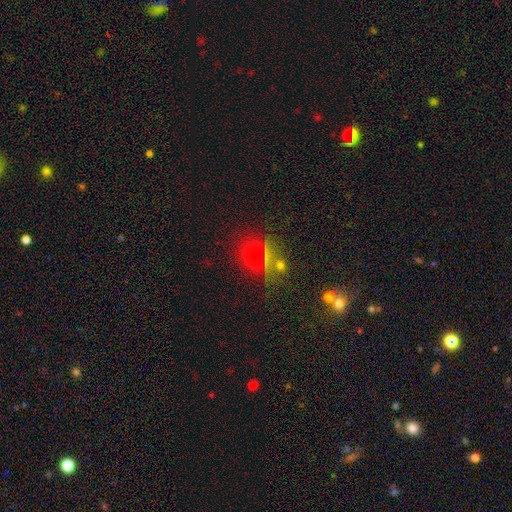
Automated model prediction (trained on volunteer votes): Q: Smooth or featured?
A: smooth (59%); runner-up: star or artifact (31%)
Q: How rounded?
A: round (87%); runner-up: in between (11%)
Q: Merging?
A: none (75%); runner-up: merger (10%)